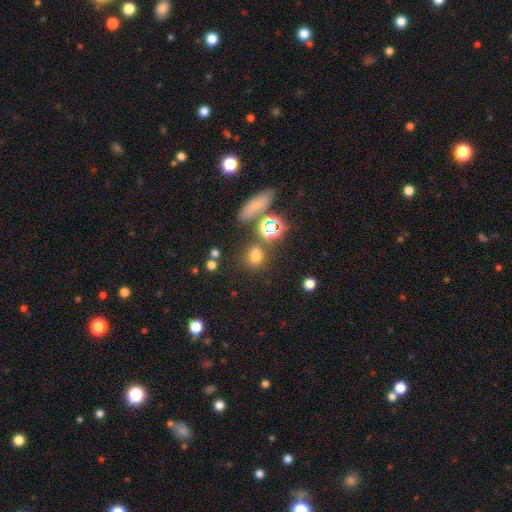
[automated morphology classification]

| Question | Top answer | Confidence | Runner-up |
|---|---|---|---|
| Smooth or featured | smooth | 67% | star or artifact (25%) |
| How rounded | round | 65% | in between (32%) |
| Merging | none | 72% | minor disturbance (12%) |